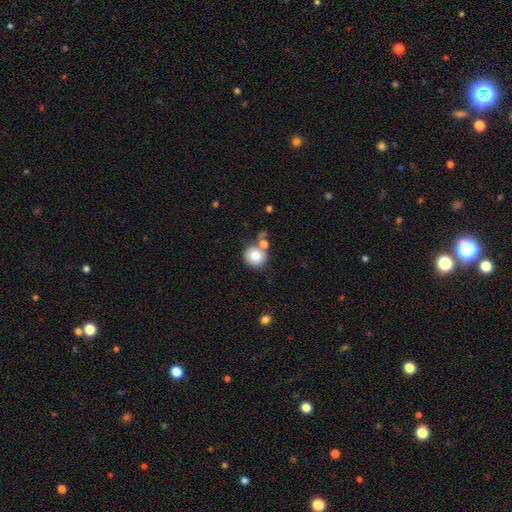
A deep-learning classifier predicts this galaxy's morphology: A smooth galaxy with no disk features (80%) that is round (89%). Merging: none (63%).